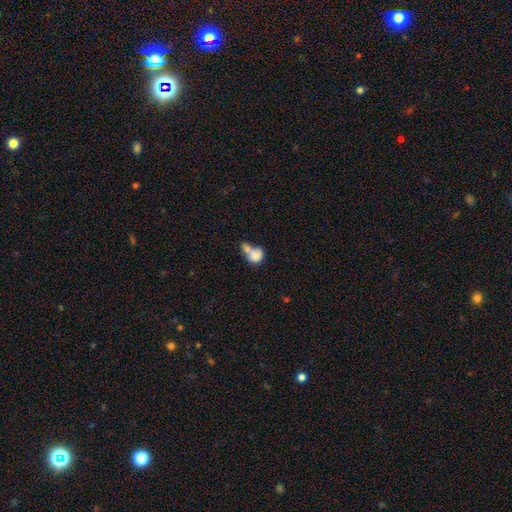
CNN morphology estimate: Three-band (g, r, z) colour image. It shows a smooth galaxy with no disk features (74%) that is round (63%). Merging: merger (65%).